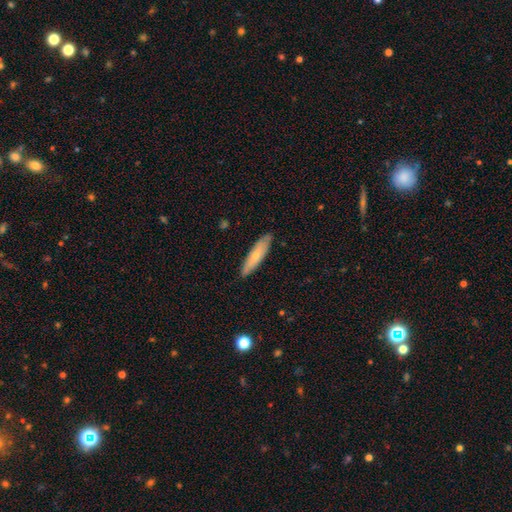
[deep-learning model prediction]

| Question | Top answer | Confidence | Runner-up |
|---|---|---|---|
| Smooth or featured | smooth | 64% | featured or disk (30%) |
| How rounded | cigar-shaped | 75% | in between (23%) |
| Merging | none | 84% | minor disturbance (13%) |